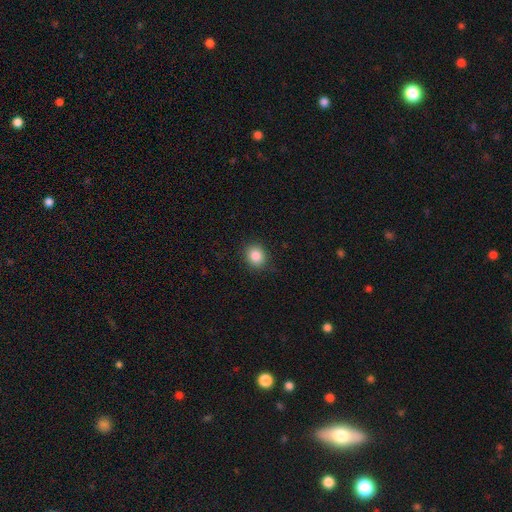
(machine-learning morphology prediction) This appears to be a smooth galaxy with no disk features (86%) that is round (70%). Merging: none (87%).